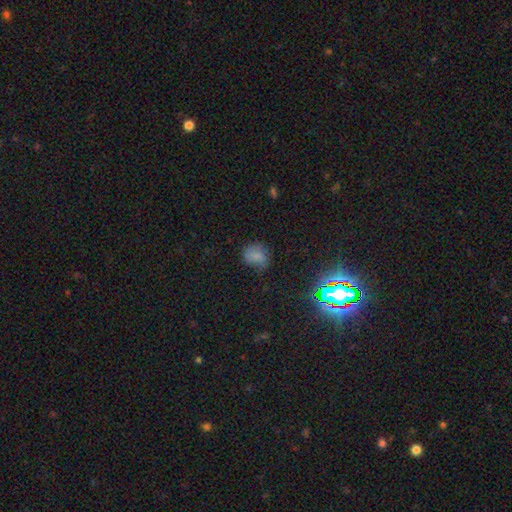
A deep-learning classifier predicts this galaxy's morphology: Q: Smooth or featured?
A: smooth (67%); runner-up: star or artifact (18%)
Q: How rounded?
A: round (57%); runner-up: in between (42%)
Q: Merging?
A: none (54%); runner-up: minor disturbance (29%)